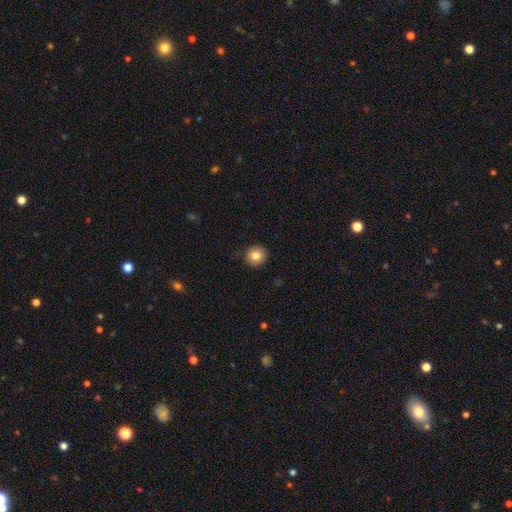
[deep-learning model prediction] Overall: smooth (83%). How rounded: round (92%). Merging: none (90%).